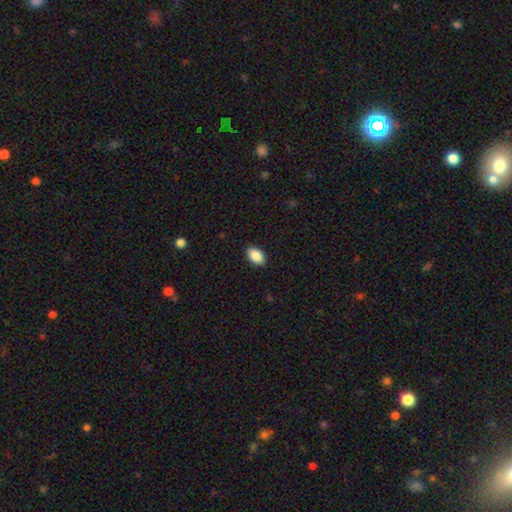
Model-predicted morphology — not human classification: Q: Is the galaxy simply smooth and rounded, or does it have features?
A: smooth — 89%.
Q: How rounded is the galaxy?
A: in between — 93%.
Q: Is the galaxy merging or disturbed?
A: none — 90%.